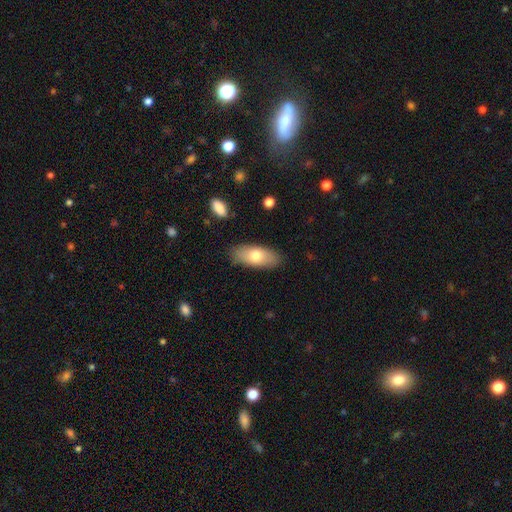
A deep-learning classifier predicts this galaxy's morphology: This is likely a smooth galaxy (74%). How rounded: clearly in between (84%). Merging: clearly none (84%).